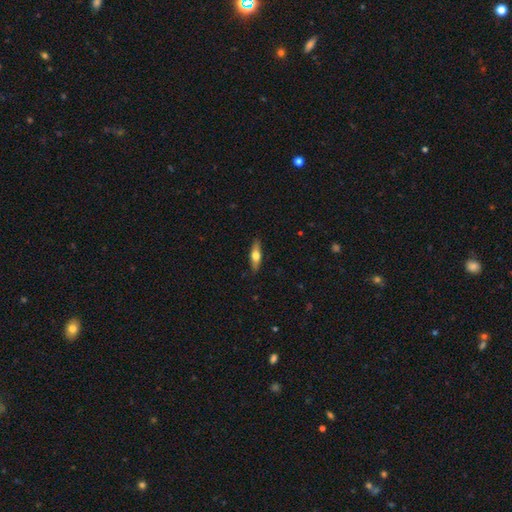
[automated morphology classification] This appears to be a smooth galaxy with no disk features (50%) that is cigar-shaped (57%). Merging: none (87%).